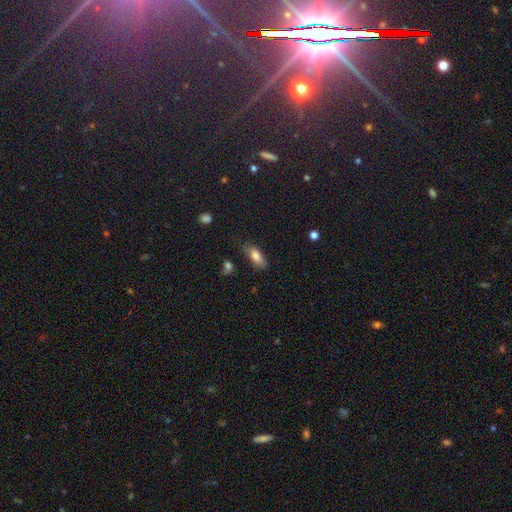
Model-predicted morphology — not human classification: smooth 80%, featured or disk 12%, star or artifact 8%. Down the decision tree: how rounded — in between (79%); merging — none (69%).